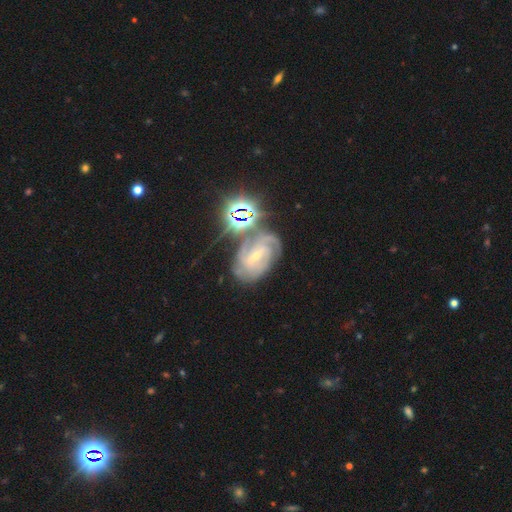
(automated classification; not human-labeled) A featured or disk galaxy (81%) with a weak bar (45%), 3 (29%) tight (59%) spiral arms (96%) and a small central bulge (71%).

Vote fractions:
- Smooth or featured? featured or disk: 81% / star or artifact: 12% / smooth: 7%
- Edge-on disk? no: 97% / yes: 3%
- Bar? weak: 45% / strong: 34% / no: 21%
- Spiral arms? yes: 96% / no: 4%
- Spiral winding? tight: 59% / medium: 34% / loose: 7%
- Spiral arm count? 3: 29% / 2: 24% / can't tell: 23% / 4: 12% / more than 4: 6% / 1: 6%
- Bulge size? small: 71% / moderate: 25% / none: 2% / large: 1% / dominant: 1%
- Merging? none: 58% / minor disturbance: 20% / merger: 12% / major disturbance: 11%